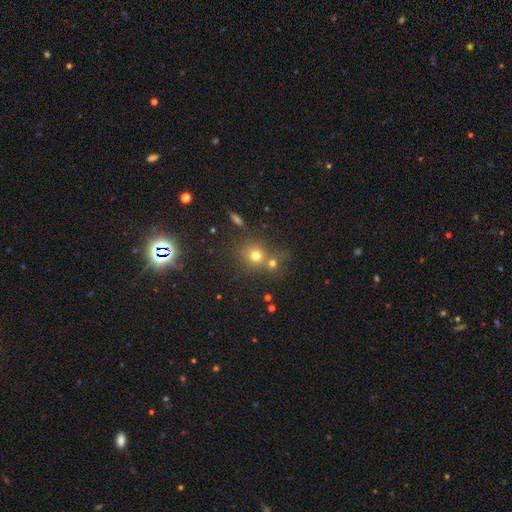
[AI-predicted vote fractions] A smooth galaxy with no disk features (70%) that is round (84%). Merging: none (55%).